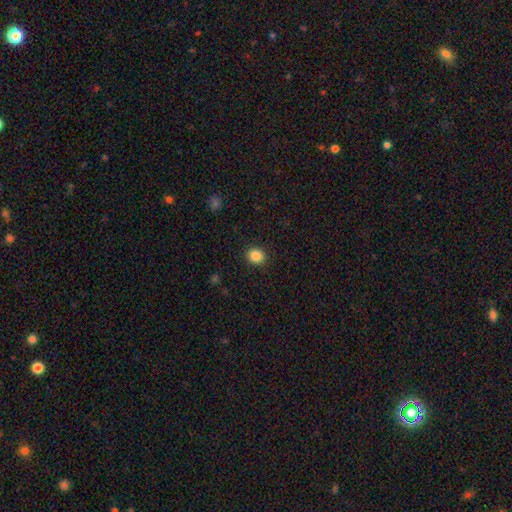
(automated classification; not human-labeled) smooth_or_featured: smooth (p=0.87) [alt: star or artifact p=0.10]
how_rounded: round (p=0.73) [alt: in between p=0.26]
merging: none (p=0.91) [alt: minor disturbance p=0.06]